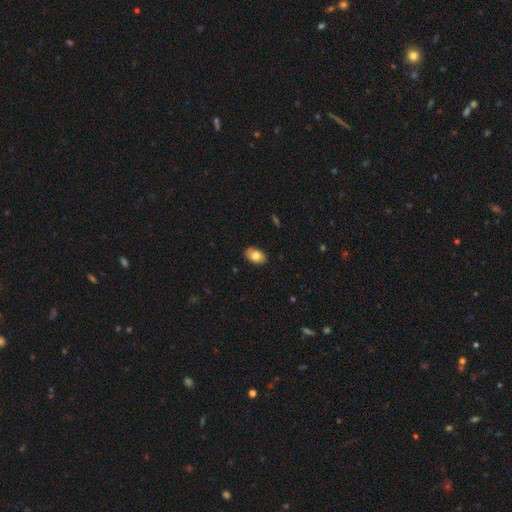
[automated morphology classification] Smooth or featured: smooth — 77% (featured or disk — 15%)
How rounded: in between — 90% (round — 9%)
Merging: none — 85% (minor disturbance — 12%)